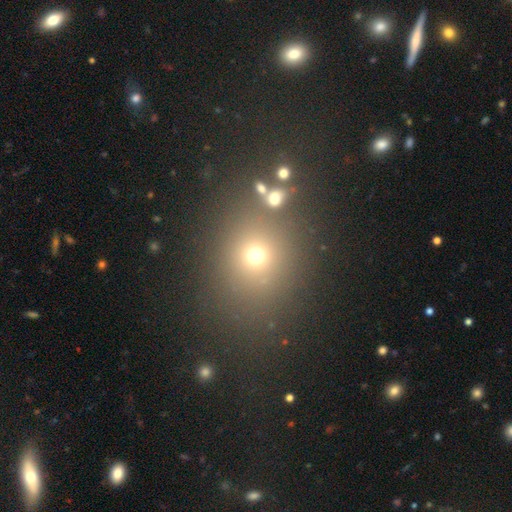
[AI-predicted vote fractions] Smooth or featured? smooth (66%)
How rounded? round (77%)
Merging? none (73%)